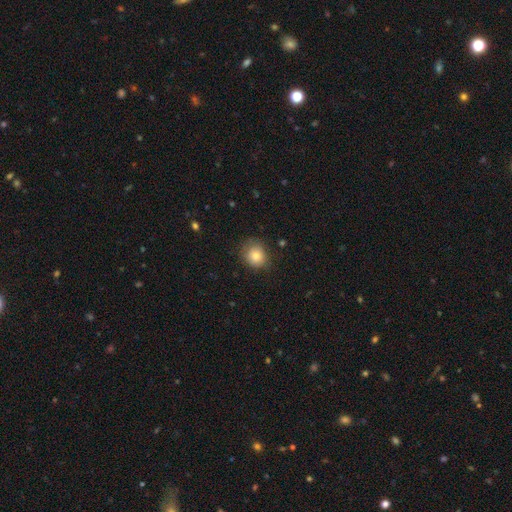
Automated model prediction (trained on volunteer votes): A smooth galaxy with no disk features (83%) that is round (80%).

Vote fractions:
- Smooth or featured? smooth: 83% / star or artifact: 10% / featured or disk: 8%
- How rounded? round: 80% / in between: 19% / cigar-shaped: 1%
- Merging? none: 78% / minor disturbance: 17% / major disturbance: 4% / merger: 1%